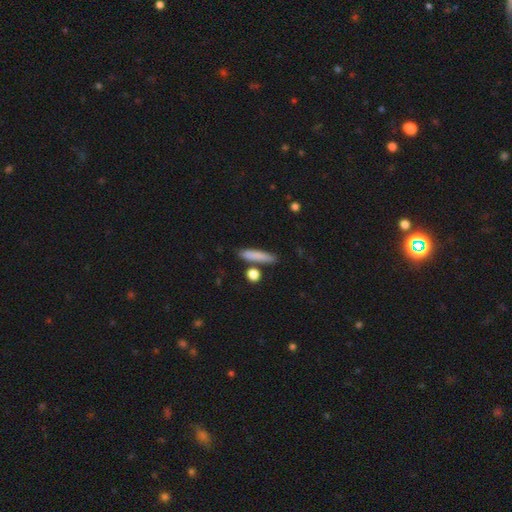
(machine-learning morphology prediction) Smooth or featured: smooth — 81% (featured or disk — 12%)
How rounded: cigar-shaped — 81% (in between — 15%)
Merging: none — 78% (minor disturbance — 11%)